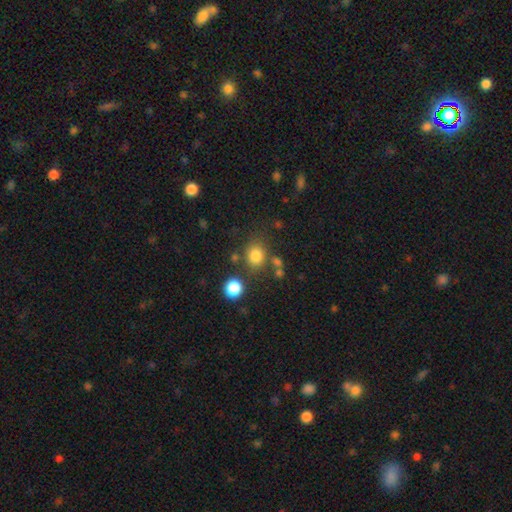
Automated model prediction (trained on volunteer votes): smooth-or-featured: smooth: 81% | star or artifact: 13% | featured or disk: 6%
  how-rounded: round: 65% | in between: 34% | cigar-shaped: 1%
  merging: none: 71% | minor disturbance: 13% | merger: 10% | major disturbance: 6%